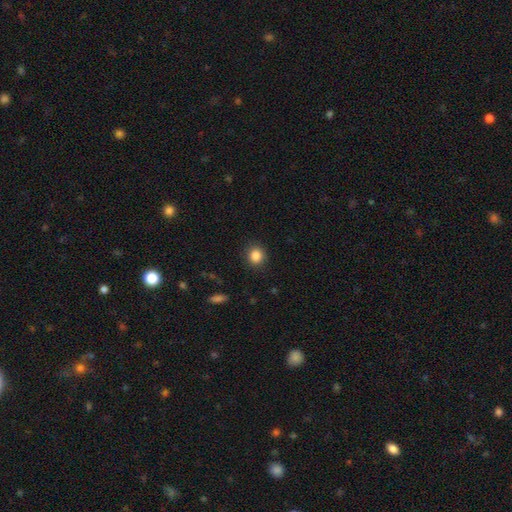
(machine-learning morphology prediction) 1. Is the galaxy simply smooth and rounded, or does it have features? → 86% smooth, 10% star or artifact, 4% featured or disk.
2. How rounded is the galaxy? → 80% round, 19% in between, 1% cigar-shaped.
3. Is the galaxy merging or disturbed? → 88% none, 8% minor disturbance, 3% major disturbance, 1% merger.